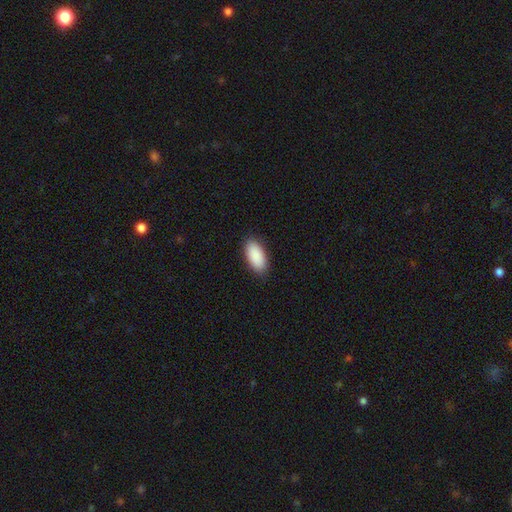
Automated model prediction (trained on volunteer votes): This appears to be a smooth galaxy with no disk features (91%) that is in between round and cigar-shaped (93%). Merging: none (89%).